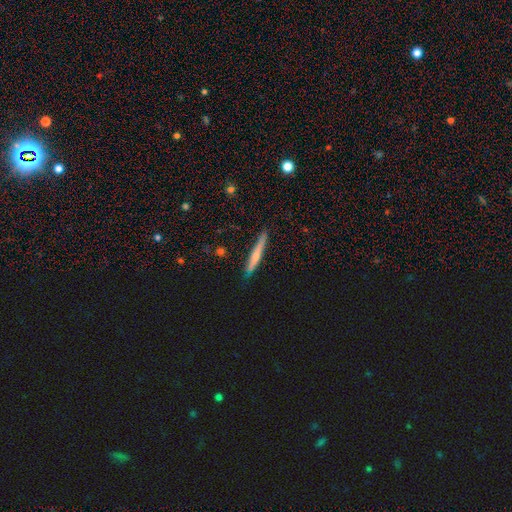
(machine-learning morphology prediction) smooth 53%, featured or disk 41%, star or artifact 6%. Down the decision tree: how rounded — cigar-shaped (95%); merging — none (86%).